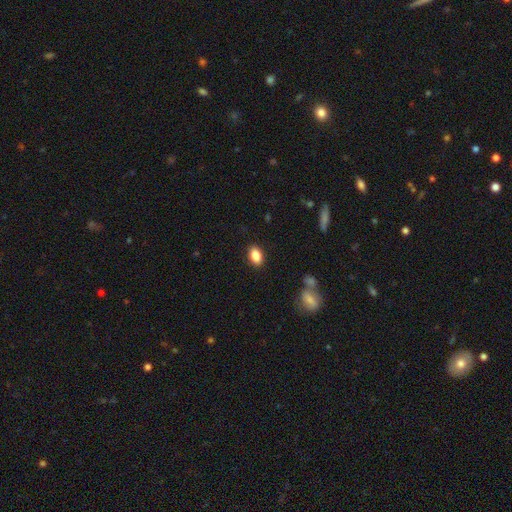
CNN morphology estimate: smooth_or_featured: smooth (p=0.86) [alt: star or artifact p=0.08]
how_rounded: in between (p=0.88) [alt: round p=0.10]
merging: none (p=0.89) [alt: minor disturbance p=0.08]